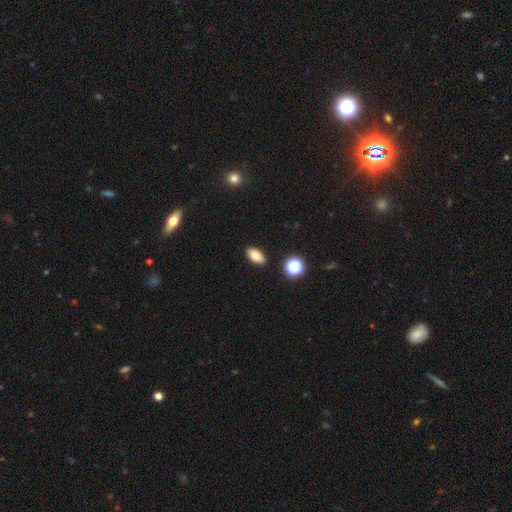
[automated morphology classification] This appears to be a smooth galaxy with no disk features (83%) that is in between round and cigar-shaped (88%). Merging: none (89%).